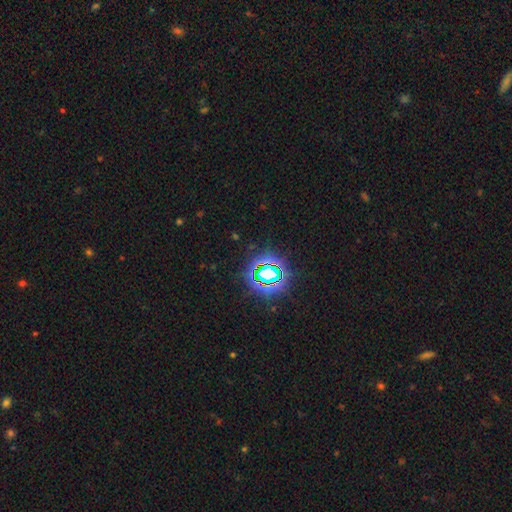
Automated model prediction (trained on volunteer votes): A star or artifact, not a galaxy (75%).